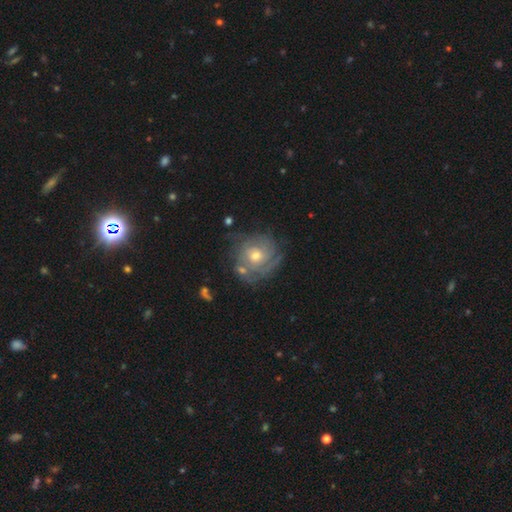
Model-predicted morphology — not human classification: smooth-or-featured: featured or disk: 77% | smooth: 16% | star or artifact: 7%
  disk-edge-on: no: 97% | yes: 3%
    bar: no: 77% | weak: 19% | strong: 3%
    has-spiral-arms: yes: 89% | no: 11%
      spiral-winding: tight: 70% | medium: 22% | loose: 7%
      spiral-arm-count: can't tell: 44% | 3: 19% | 2: 15% | 4: 9% | 1: 7% | more than 4: 6%
    bulge-size: moderate: 65% | small: 29% | large: 3% | none: 1% | dominant: 1%
  merging: none: 66% | minor disturbance: 19% | major disturbance: 9% | merger: 6%